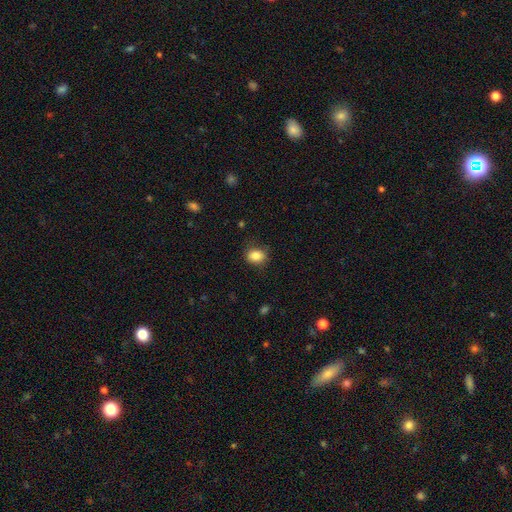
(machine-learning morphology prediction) A smooth galaxy with no disk features (85%) that is in between round and cigar-shaped (57%).

Vote fractions:
- Smooth or featured? smooth: 85% / star or artifact: 9% / featured or disk: 6%
- How rounded? in between: 57% / round: 42% / cigar-shaped: 1%
- Merging? none: 80% / minor disturbance: 16% / major disturbance: 4% / merger: 1%